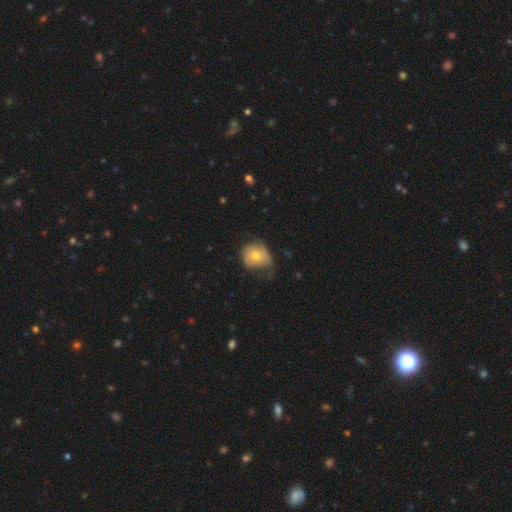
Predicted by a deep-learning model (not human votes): smooth-or-featured: smooth: 59% | featured or disk: 33% | star or artifact: 8%
  how-rounded: round: 69% | in between: 30% | cigar-shaped: 1%
  merging: minor disturbance: 40% | none: 34% | major disturbance: 24% | merger: 2%